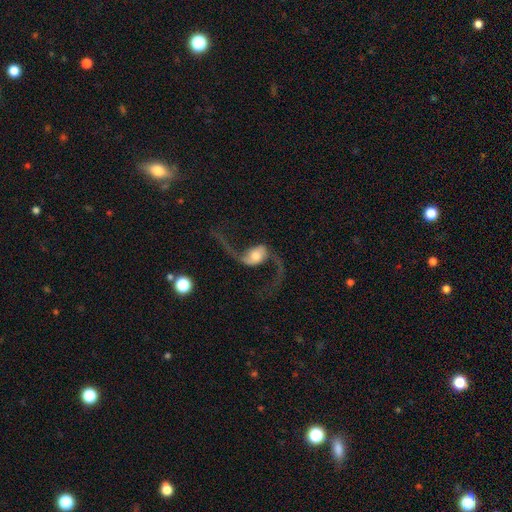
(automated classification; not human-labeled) A featured or disk galaxy (88%) with no bar (53%), 2 (94%) loose (93%) spiral arms (96%) and a moderate central bulge (46%).

Vote fractions:
- Smooth or featured? featured or disk: 88% / smooth: 7% / star or artifact: 5%
- Edge-on disk? no: 96% / yes: 4%
- Bar? no: 53% / weak: 30% / strong: 17%
- Spiral arms? yes: 96% / no: 4%
- Spiral winding? loose: 93% / medium: 5% / tight: 2%
- Spiral arm count? 2: 94% / 1: 2% / can't tell: 1% / 3: 1% / 4: 1% / more than 4: 1%
- Bulge size? moderate: 46% / small: 25% / large: 20% / dominant: 6% / none: 4%
- Merging? none: 63% / major disturbance: 20% / minor disturbance: 13% / merger: 5%